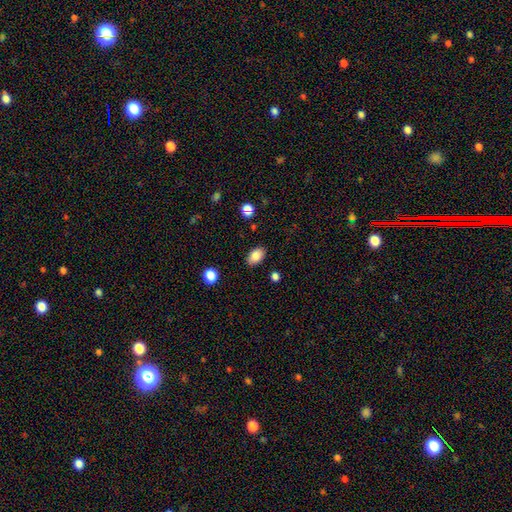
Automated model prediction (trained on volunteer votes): Overall: smooth (85%). How rounded: in between (87%). Merging: none (85%).